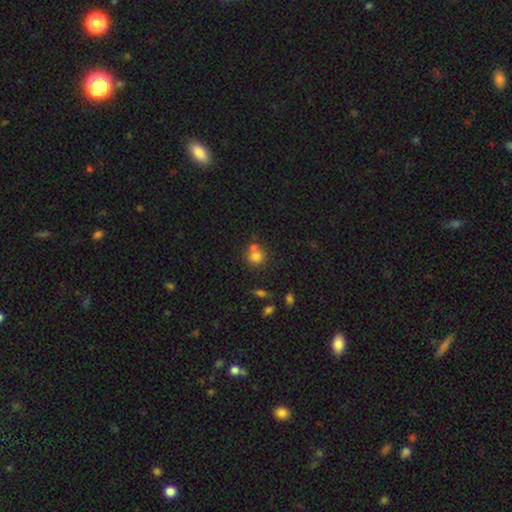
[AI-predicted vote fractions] Smooth or featured?
  - smooth: 76% *
  - star or artifact: 13%
  - featured or disk: 11%
How rounded?
  - round: 84% *
  - in between: 15%
  - cigar-shaped: 1%
Merging?
  - none: 51% *
  - merger: 37%
  - minor disturbance: 9%
  - major disturbance: 3%